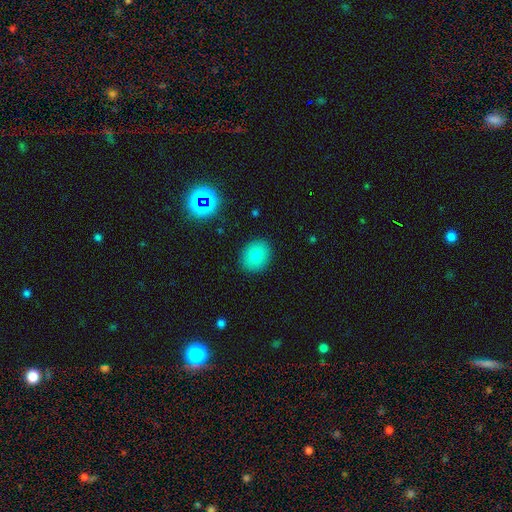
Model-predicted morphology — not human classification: Smooth or featured?
  - smooth: 79% *
  - star or artifact: 11%
  - featured or disk: 10%
How rounded?
  - round: 62% *
  - in between: 37%
  - cigar-shaped: 1%
Merging?
  - none: 89% *
  - minor disturbance: 8%
  - major disturbance: 2%
  - merger: 1%